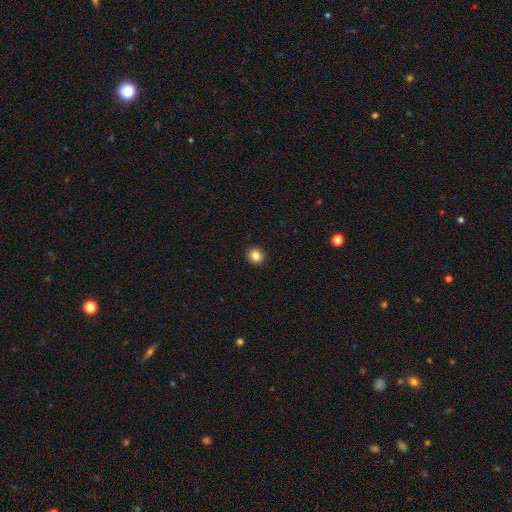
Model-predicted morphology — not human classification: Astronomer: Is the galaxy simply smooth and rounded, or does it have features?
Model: smooth — 84%.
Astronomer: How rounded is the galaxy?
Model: round — 87%.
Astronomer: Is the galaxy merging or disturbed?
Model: none — 93%.